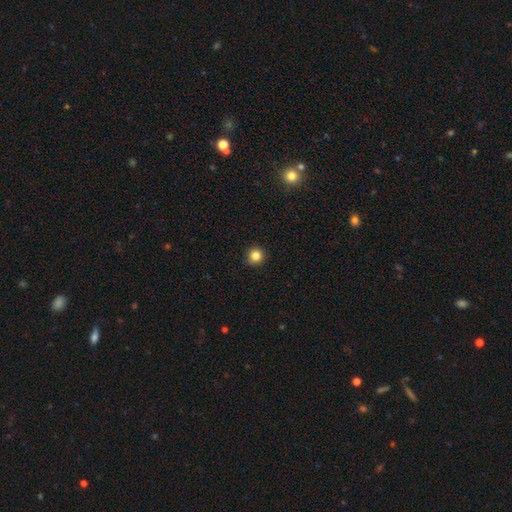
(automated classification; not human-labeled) smooth-or-featured: smooth: 84% | star or artifact: 12% | featured or disk: 5%
  how-rounded: round: 95% | in between: 4% | cigar-shaped: 1%
  merging: none: 93% | minor disturbance: 5% | major disturbance: 1% | merger: 1%